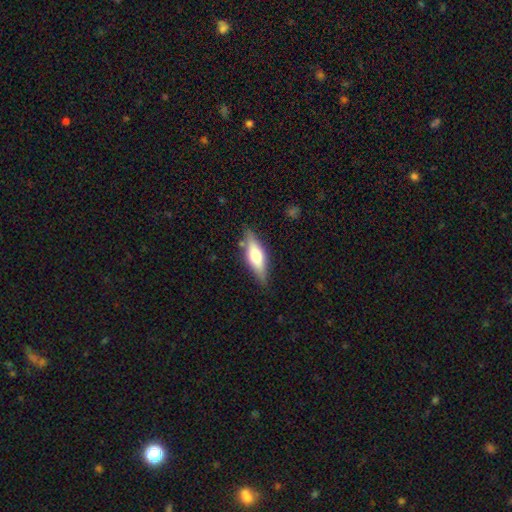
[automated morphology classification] Overall: smooth (49%; featured or disk 45%). Merging: none (81%).